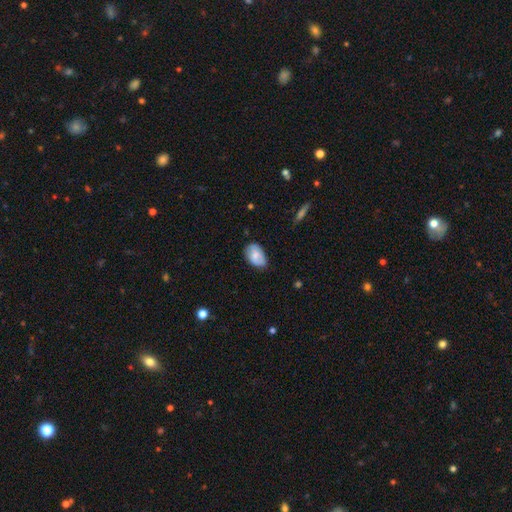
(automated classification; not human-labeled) Smooth or featured? Predicted: smooth (p=0.64). How rounded? Predicted: in between (p=0.87). Merging? Predicted: none (p=0.68).